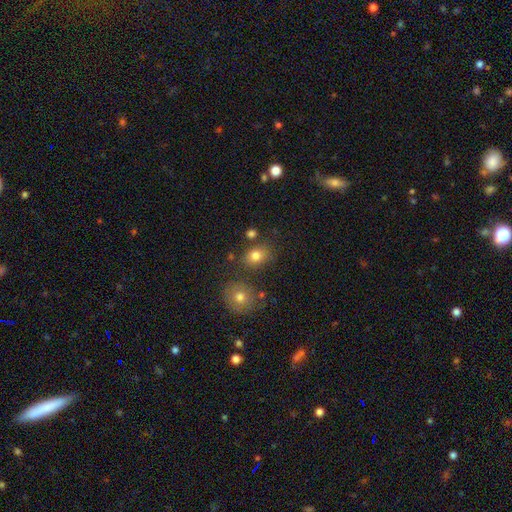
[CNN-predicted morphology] Q: Smooth or featured?
A: smooth (78%); runner-up: star or artifact (13%)
Q: How rounded?
A: in between (53%); runner-up: round (46%)
Q: Merging?
A: none (74%); runner-up: minor disturbance (13%)